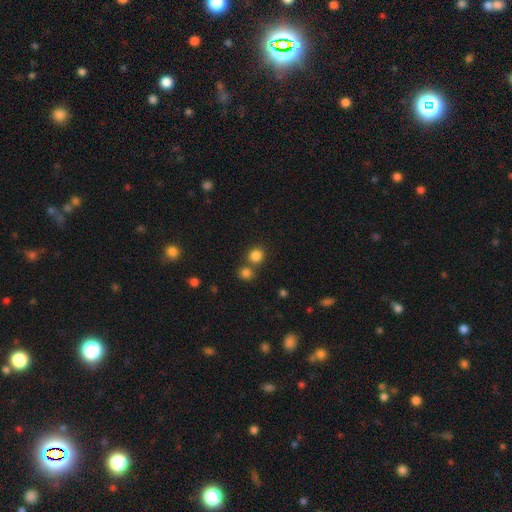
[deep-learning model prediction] Smooth or featured? smooth (83%)
How rounded? round (87%)
Merging? none (66%)